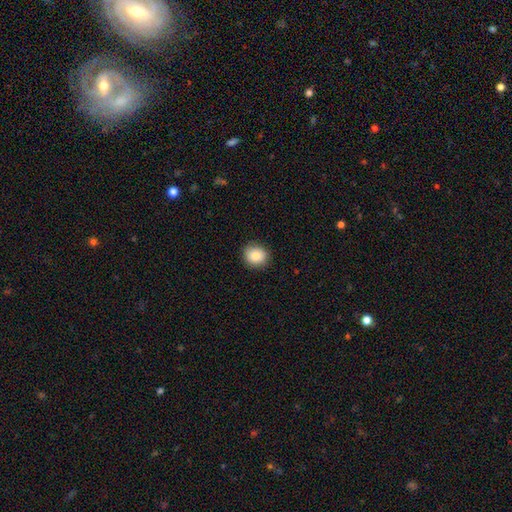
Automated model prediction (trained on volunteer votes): Morphology: type=smooth (86%); roundness=round (80%); merging=none (87%).